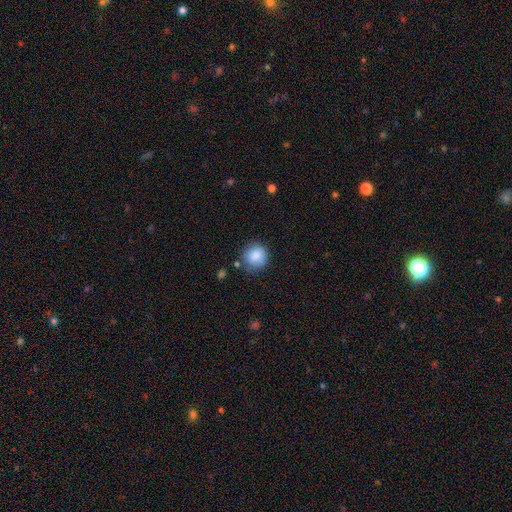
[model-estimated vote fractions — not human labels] Smooth or featured: smooth — 87% (star or artifact — 8%)
How rounded: round — 89% (in between — 10%)
Merging: none — 77% (minor disturbance — 16%)